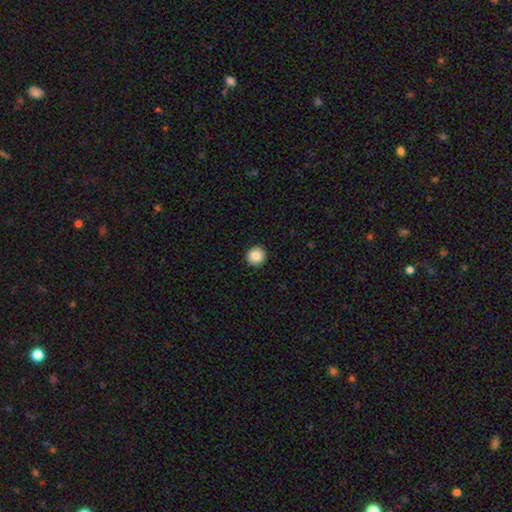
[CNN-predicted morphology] Smooth or featured? Predicted: smooth (p=0.85). How rounded? Predicted: round (p=0.94). Merging? Predicted: none (p=0.93).